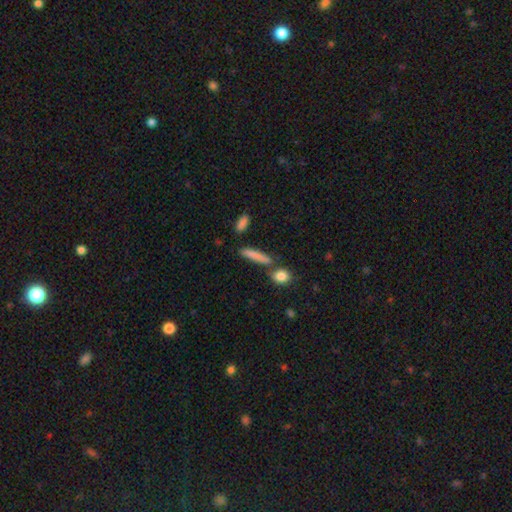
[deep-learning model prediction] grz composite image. It shows a smooth galaxy with no disk features (80%) that is cigar-shaped (81%). Merging: none (76%).